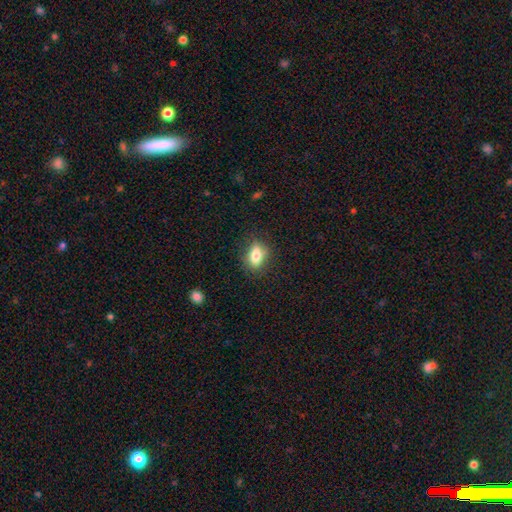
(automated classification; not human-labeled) Smooth or featured? smooth (76%)
How rounded? in between (77%)
Merging? none (81%)